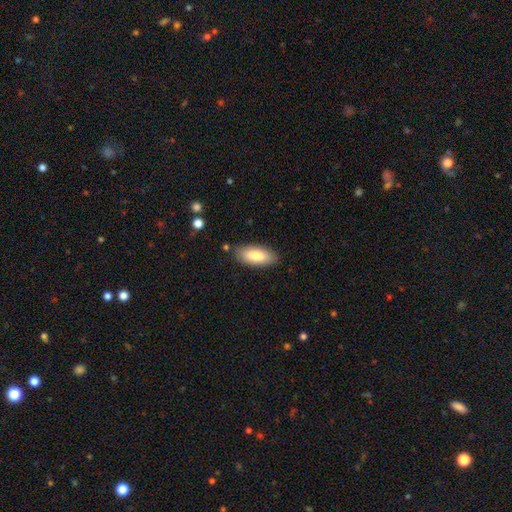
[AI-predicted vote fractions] Overall: smooth (82%). How rounded: in between (82%). Merging: none (84%).